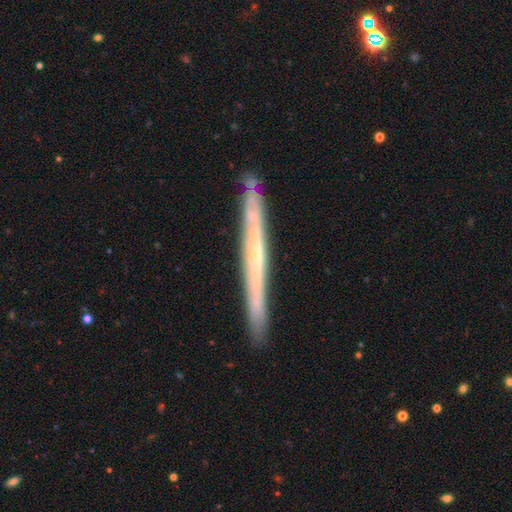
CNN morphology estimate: This is likely a featured or disk galaxy (65%). It is clearly viewed edge-on (93%). Edge-on bulge: clearly none (85%). Merging: clearly none (88%).